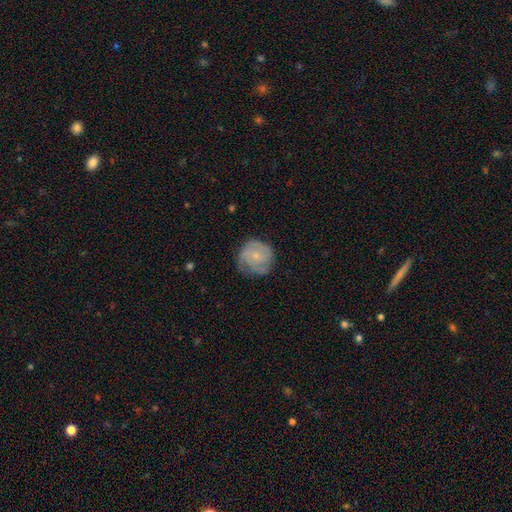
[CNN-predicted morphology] smooth-or-featured: featured or disk: 63% | smooth: 31% | star or artifact: 7%
  disk-edge-on: no: 98% | yes: 2%
    bar: no: 76% | weak: 21% | strong: 3%
    has-spiral-arms: yes: 89% | no: 11%
      spiral-winding: tight: 57% | medium: 34% | loose: 10%
      spiral-arm-count: 3: 30% | can't tell: 28% | 2: 26% | 4: 6% | 1: 6% | more than 4: 4%
    bulge-size: small: 70% | moderate: 23% | none: 5% | large: 1% | dominant: 1%
  merging: none: 66% | minor disturbance: 24% | major disturbance: 9% | merger: 1%